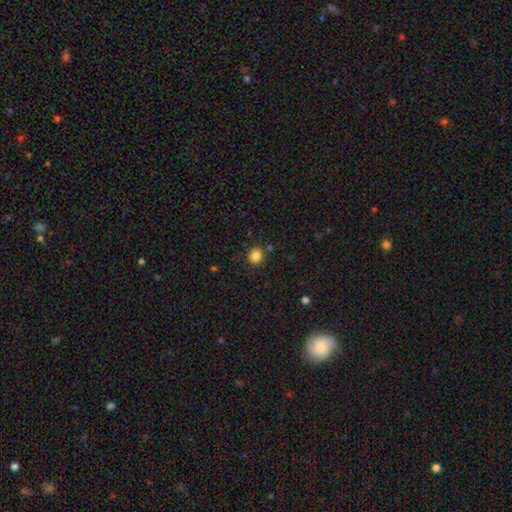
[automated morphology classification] This is clearly a smooth galaxy (84%). How rounded: clearly round (83%). Merging: clearly none (86%).